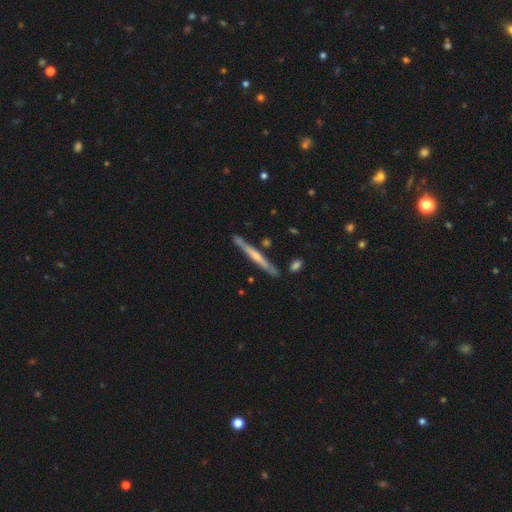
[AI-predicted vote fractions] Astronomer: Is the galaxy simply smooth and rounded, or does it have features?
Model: featured or disk — 64%.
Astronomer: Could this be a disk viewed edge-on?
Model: yes — 95%.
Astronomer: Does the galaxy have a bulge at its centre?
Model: rounded — 49% (runner-up: none, 43%).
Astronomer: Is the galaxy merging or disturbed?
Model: none — 84%.